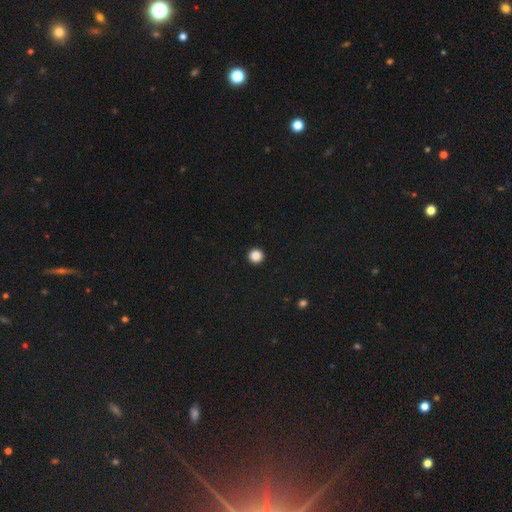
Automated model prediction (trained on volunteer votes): This appears to be a smooth galaxy with no disk features (88%) that is round (96%). Merging: none (94%).